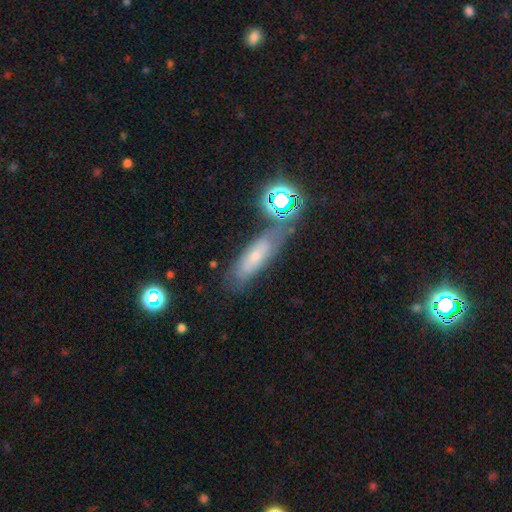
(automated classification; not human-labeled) smooth 47%, featured or disk 33%, star or artifact 20%. Down the decision tree: merging — none (64%).